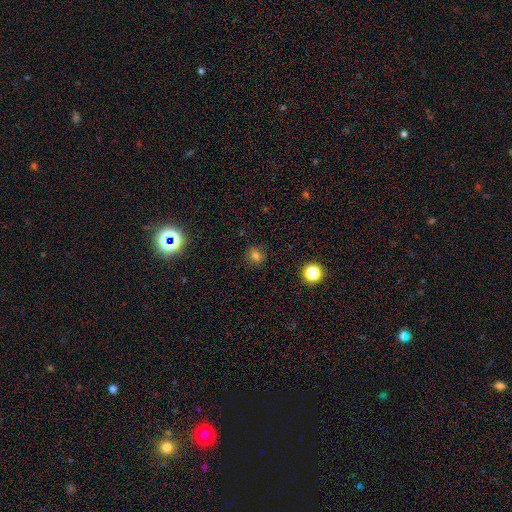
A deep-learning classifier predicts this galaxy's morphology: A smooth galaxy with no disk features (75%) that is round (78%).

Vote fractions:
- Smooth or featured? smooth: 75% / star or artifact: 19% / featured or disk: 7%
- How rounded? round: 78% / in between: 20% / cigar-shaped: 1%
- Merging? none: 84% / minor disturbance: 11% / major disturbance: 3% / merger: 1%